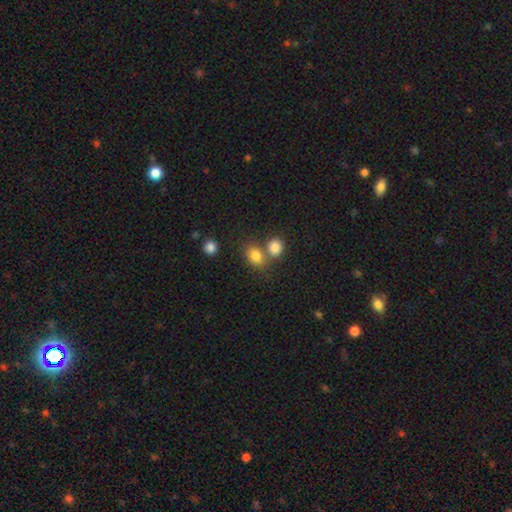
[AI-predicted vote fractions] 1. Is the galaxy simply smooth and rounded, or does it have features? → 81% smooth, 11% star or artifact, 8% featured or disk.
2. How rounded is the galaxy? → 52% in between, 46% round, 1% cigar-shaped.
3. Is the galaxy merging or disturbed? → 50% none, 36% merger, 10% minor disturbance, 4% major disturbance.